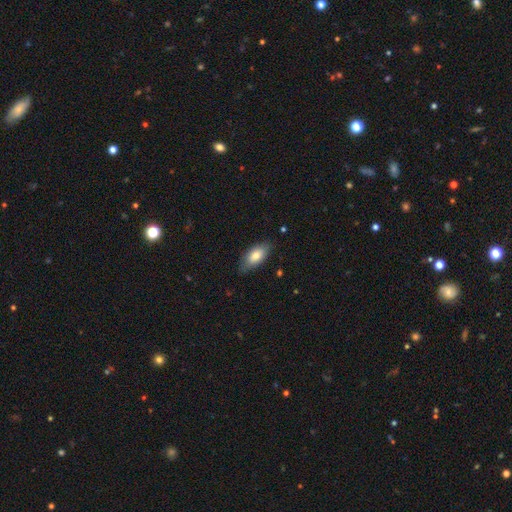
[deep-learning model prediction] smooth-or-featured: smooth: 76% | featured or disk: 17% | star or artifact: 6%
  how-rounded: in between: 89% | cigar-shaped: 8% | round: 3%
  merging: none: 77% | minor disturbance: 18% | major disturbance: 3% | merger: 1%